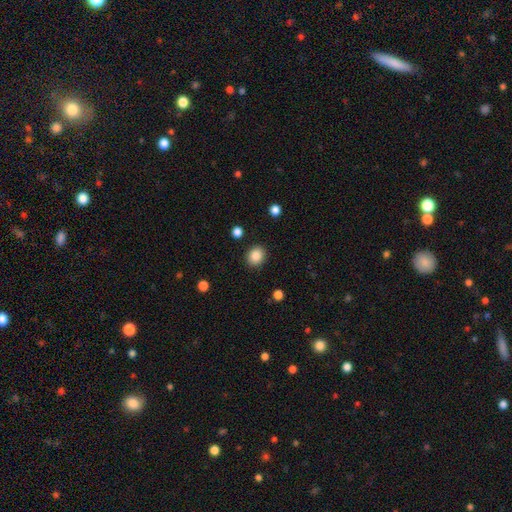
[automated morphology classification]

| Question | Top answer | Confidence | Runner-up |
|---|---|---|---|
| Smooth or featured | smooth | 87% | star or artifact (9%) |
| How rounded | round | 72% | in between (27%) |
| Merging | none | 89% | minor disturbance (7%) |